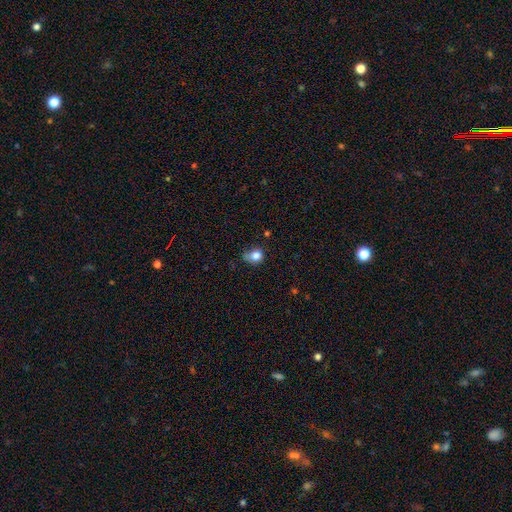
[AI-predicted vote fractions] Smooth or featured: smooth — 81% (star or artifact — 11%)
How rounded: round — 70% (in between — 29%)
Merging: none — 46% (minor disturbance — 35%)